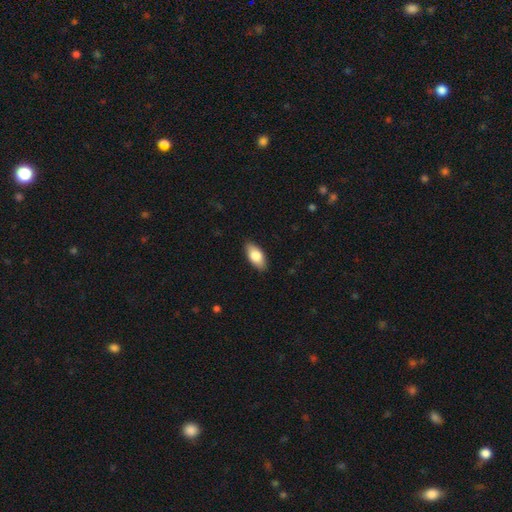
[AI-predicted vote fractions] smooth 79%, featured or disk 15%, star or artifact 6%. Down the decision tree: how rounded — in between (90%); merging — none (89%).